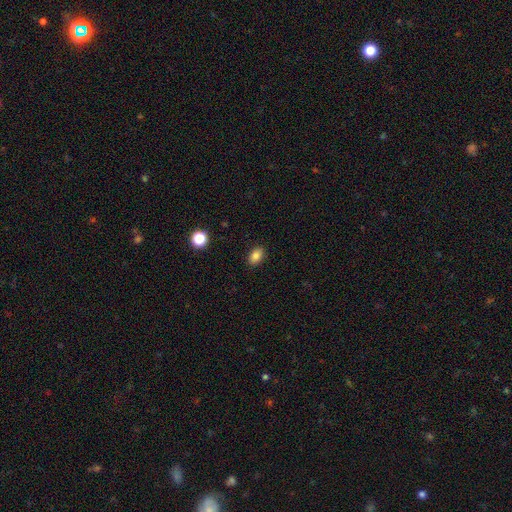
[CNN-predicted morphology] Smooth or featured? Predicted: smooth (p=0.84). How rounded? Predicted: in between (p=0.84). Merging? Predicted: none (p=0.89).